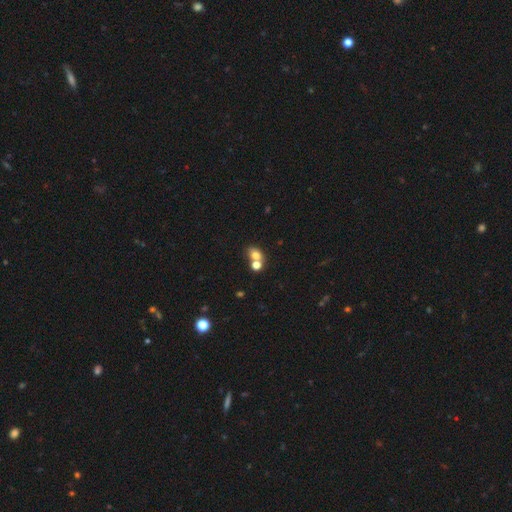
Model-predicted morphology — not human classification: A smooth galaxy with no disk features (74%) that is in between round and cigar-shaped (51%).

Vote fractions:
- Smooth or featured? smooth: 74% / star or artifact: 13% / featured or disk: 12%
- How rounded? in between: 51% / round: 48% / cigar-shaped: 1%
- Merging? merger: 46% / none: 42% / minor disturbance: 8% / major disturbance: 4%